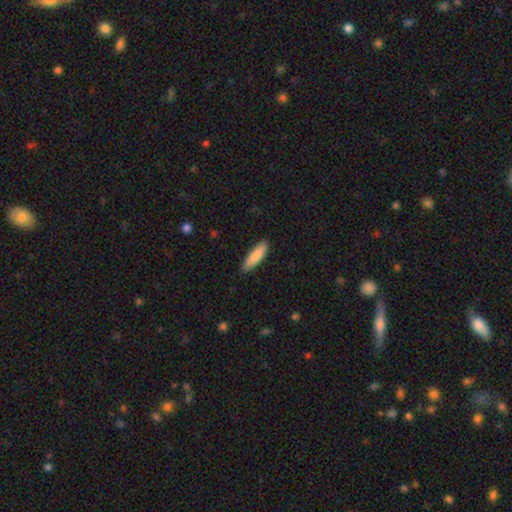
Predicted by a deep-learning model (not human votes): Q: Smooth or featured?
A: smooth (85%); runner-up: featured or disk (10%)
Q: How rounded?
A: cigar-shaped (62%); runner-up: in between (36%)
Q: Merging?
A: none (86%); runner-up: minor disturbance (11%)